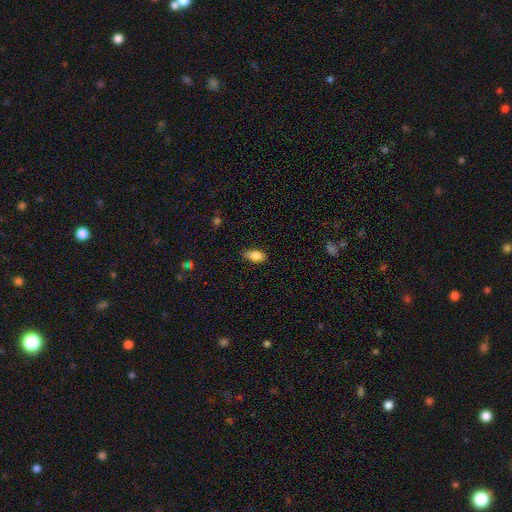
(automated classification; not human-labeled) The model was most divided on "merging": none: 80%, minor disturbance: 16%, major disturbance: 3%, merger: 1%. More confident: how rounded — in between (89%); smooth or featured — smooth (86%).